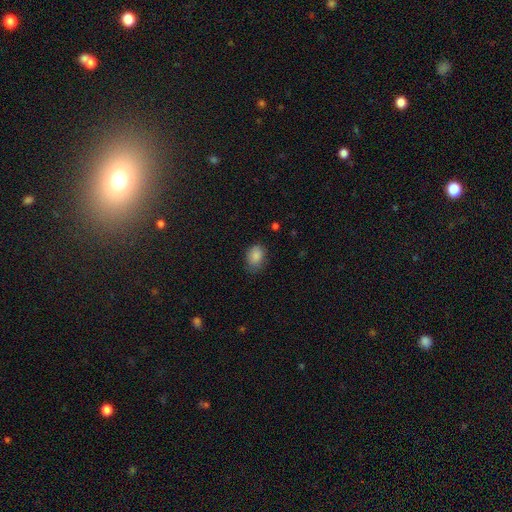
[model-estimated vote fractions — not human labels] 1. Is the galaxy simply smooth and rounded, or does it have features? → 87% smooth, 9% star or artifact, 5% featured or disk.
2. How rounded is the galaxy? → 74% in between, 25% round, 1% cigar-shaped.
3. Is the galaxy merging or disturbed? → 70% none, 24% minor disturbance, 5% major disturbance, 1% merger.